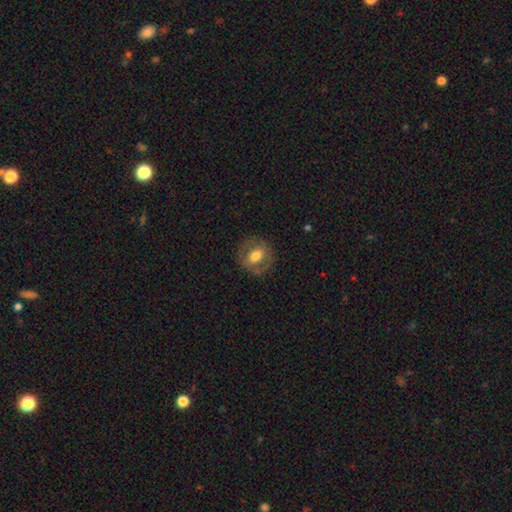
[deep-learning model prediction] A smooth galaxy with no disk features (55%) that is round (78%).

Vote fractions:
- Smooth or featured? smooth: 55% / featured or disk: 38% / star or artifact: 8%
- How rounded? round: 78% / in between: 21% / cigar-shaped: 1%
- Merging? none: 82% / minor disturbance: 12% / major disturbance: 5% / merger: 1%